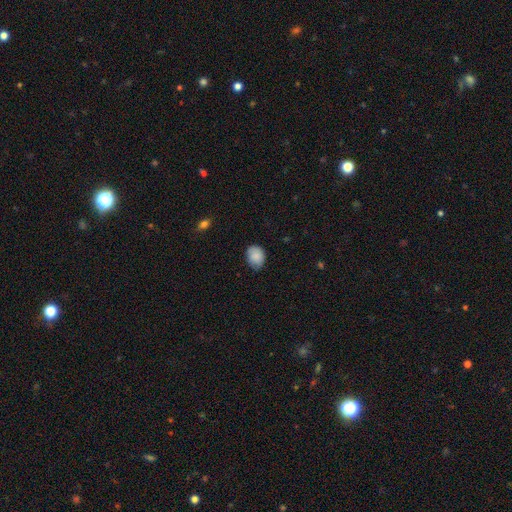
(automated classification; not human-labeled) Overall: smooth (86%). How rounded: in between (61%; round 38%). Merging: none (68%).